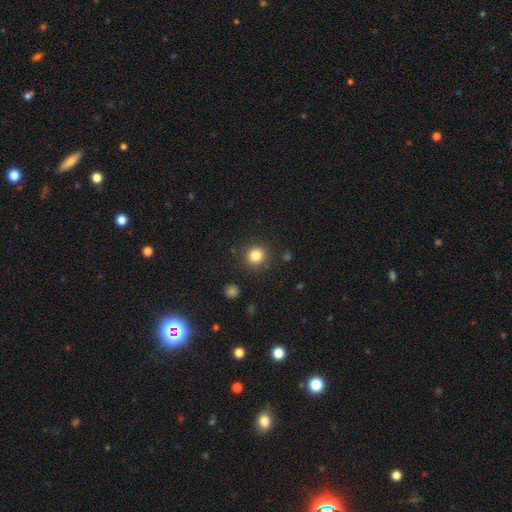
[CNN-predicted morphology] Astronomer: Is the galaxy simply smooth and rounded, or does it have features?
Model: smooth — 83%.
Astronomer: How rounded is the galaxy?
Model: round — 91%.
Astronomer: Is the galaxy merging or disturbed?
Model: none — 89%.